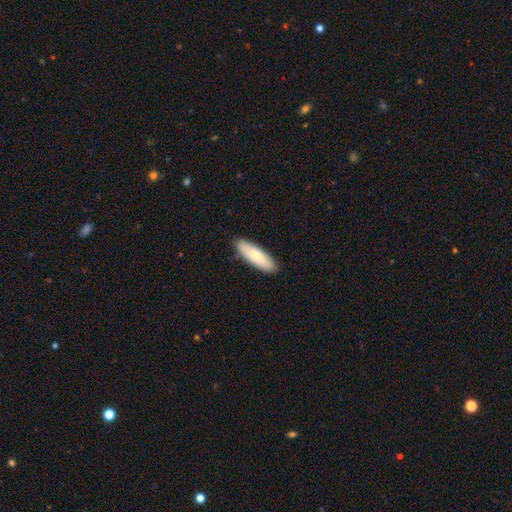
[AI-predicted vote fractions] Smooth or featured: smooth — 76% (featured or disk — 19%)
How rounded: cigar-shaped — 51% (in between — 47%)
Merging: none — 88% (minor disturbance — 9%)